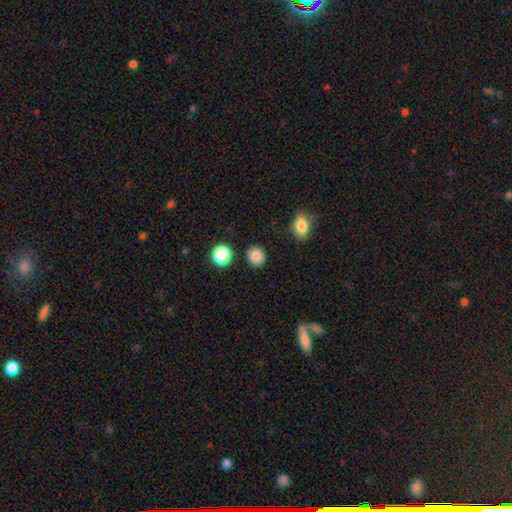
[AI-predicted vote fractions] Morphology: type=smooth (85%); roundness=round (78%); merging=none (88%).